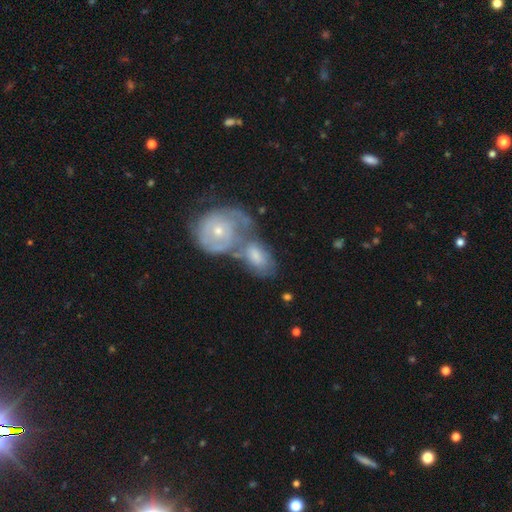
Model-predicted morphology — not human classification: Smooth or featured: featured or disk — 56% (smooth — 38%)
Edge-on disk: no — 95% (yes — 5%)
Bar: no — 70% (weak — 24%)
Spiral arms: yes — 75% (no — 25%)
Bulge size: small — 55% (moderate — 33%)
Merging: merger — 62% (none — 19%)